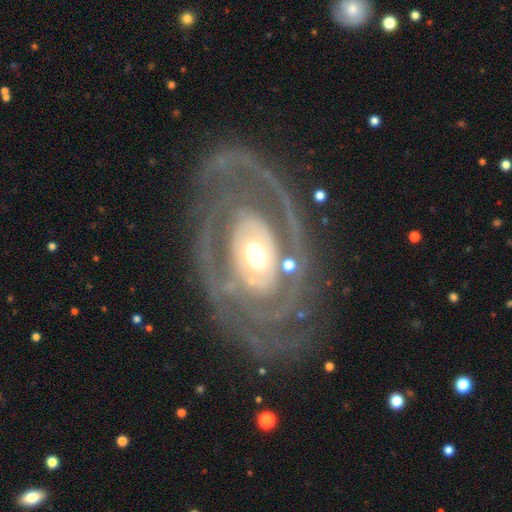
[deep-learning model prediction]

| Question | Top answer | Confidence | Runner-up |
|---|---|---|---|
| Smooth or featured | featured or disk | 85% | smooth (10%) |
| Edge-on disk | no | 95% | yes (5%) |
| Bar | no | 78% | weak (14%) |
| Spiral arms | yes | 78% | no (22%) |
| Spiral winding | tight | 63% | medium (24%) |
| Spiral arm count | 2 | 32% | can't tell (30%) |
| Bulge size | moderate | 60% | large (27%) |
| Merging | none | 67% | minor disturbance (15%) |